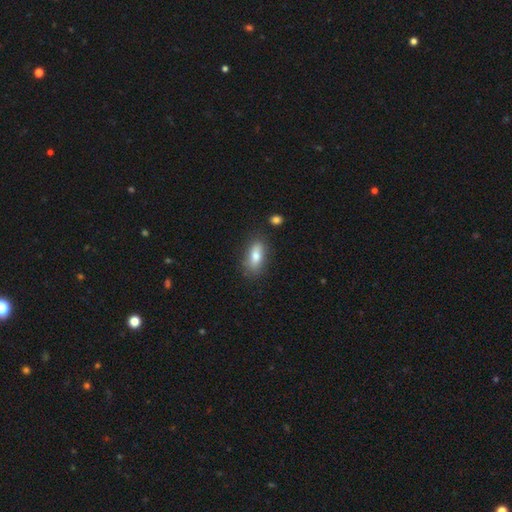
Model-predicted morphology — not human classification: Q: Smooth or featured?
A: smooth (77%); runner-up: featured or disk (15%)
Q: How rounded?
A: in between (80%); runner-up: cigar-shaped (16%)
Q: Merging?
A: none (79%); runner-up: minor disturbance (15%)